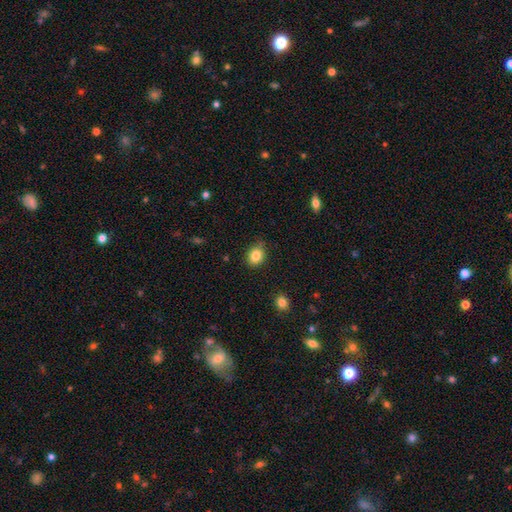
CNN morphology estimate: This appears to be a smooth galaxy with no disk features (85%) that is round (58%). Merging: none (83%).